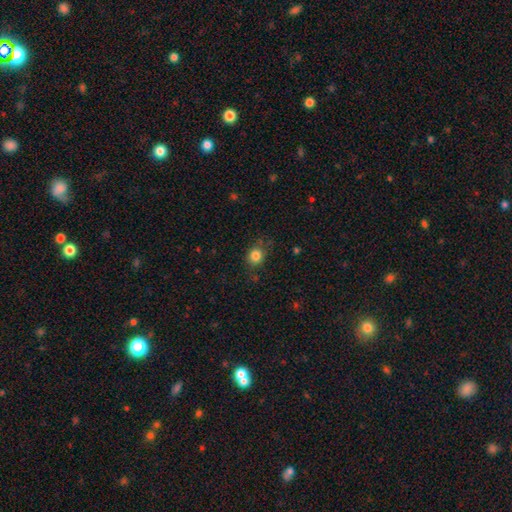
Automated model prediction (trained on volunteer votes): smooth 83%, star or artifact 11%, featured or disk 6%. Down the decision tree: how rounded — round (72%); merging — none (76%).